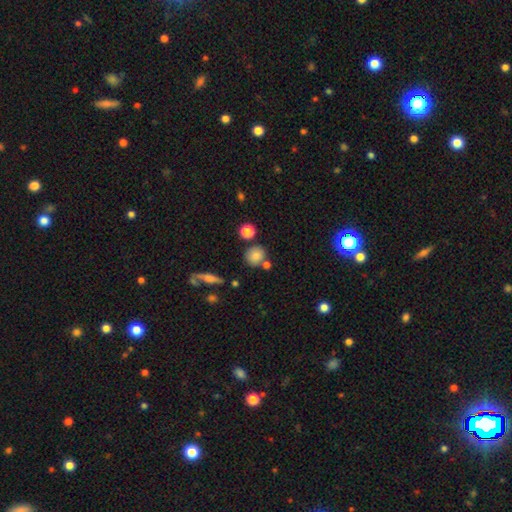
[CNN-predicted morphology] Overall: smooth (78%). How rounded: round (84%). Merging: none (73%).